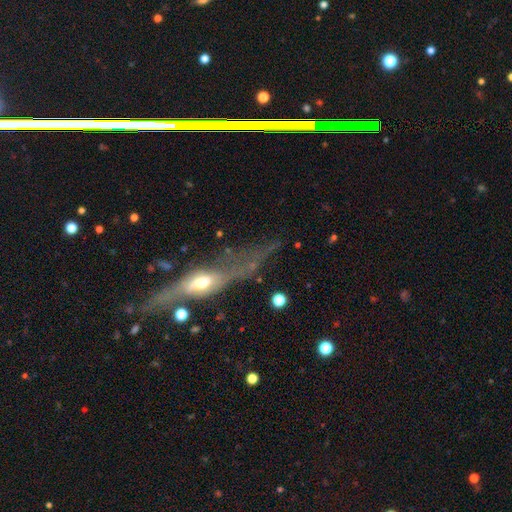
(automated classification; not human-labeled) Overall: featured or disk (63%). Edge-on disk: yes (70%; no 30%). Merging: none (59%; minor disturbance 20%).